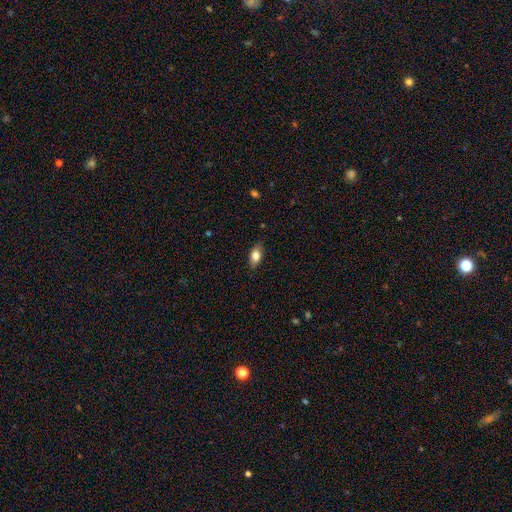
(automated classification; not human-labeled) A smooth galaxy with no disk features (79%) that is in between round and cigar-shaped (87%).

Vote fractions:
- Smooth or featured? smooth: 79% / featured or disk: 13% / star or artifact: 8%
- How rounded? in between: 87% / round: 7% / cigar-shaped: 6%
- Merging? none: 81% / minor disturbance: 15% / major disturbance: 3% / merger: 1%